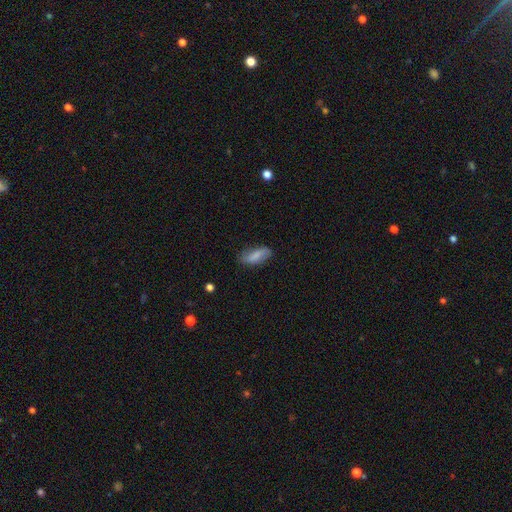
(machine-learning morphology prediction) Smooth or featured? Predicted: smooth (p=0.76). How rounded? Predicted: in between (p=0.76). Merging? Predicted: none (p=0.73).